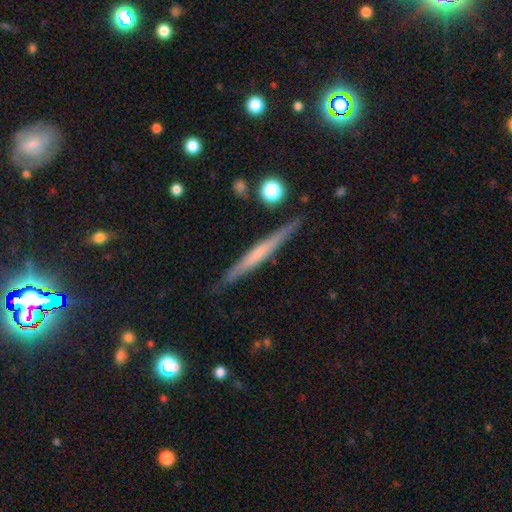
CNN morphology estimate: This is possibly a featured or disk galaxy (53%). It is clearly viewed edge-on (97%). Edge-on bulge: likely none (67%). Merging: clearly none (88%).